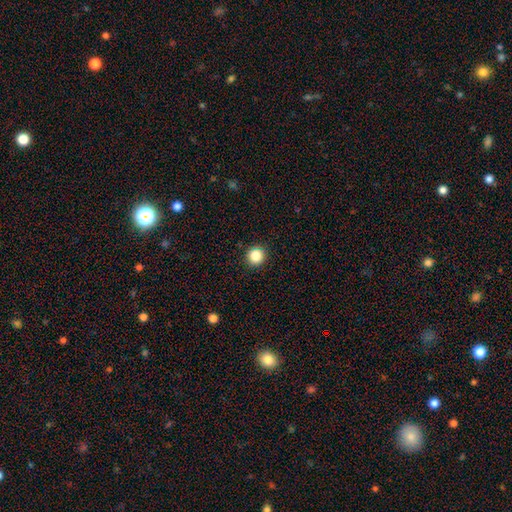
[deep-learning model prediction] Smooth or featured? Predicted: smooth (p=0.86). How rounded? Predicted: round (p=0.93). Merging? Predicted: none (p=0.92).